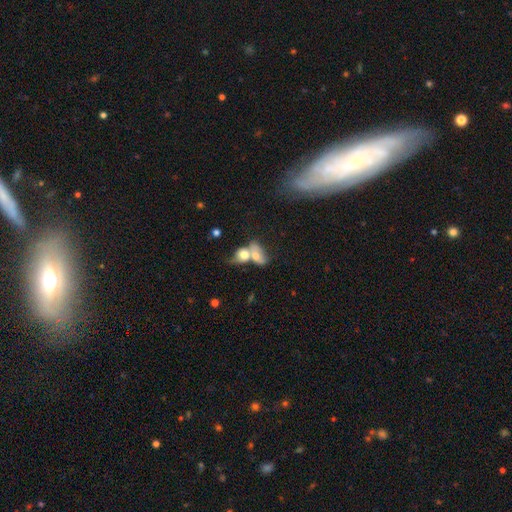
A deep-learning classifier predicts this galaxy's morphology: A smooth galaxy with no disk features (64%) that is in between round and cigar-shaped (72%).

Vote fractions:
- Smooth or featured? smooth: 64% / featured or disk: 27% / star or artifact: 9%
- How rounded? in between: 72% / round: 24% / cigar-shaped: 3%
- Merging? merger: 77% / none: 11% / major disturbance: 6% / minor disturbance: 6%